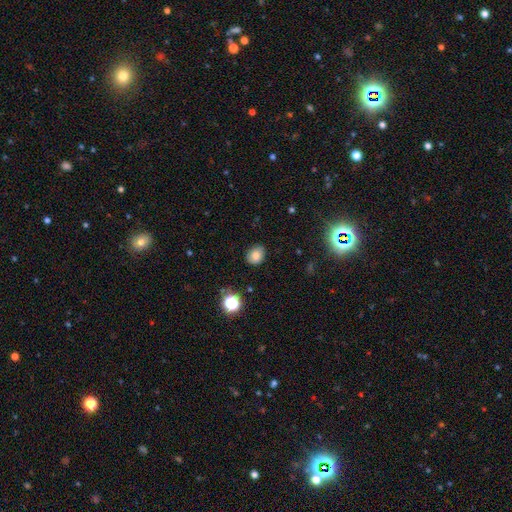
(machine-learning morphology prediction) Overall: smooth (81%). How rounded: round (54%; in between 45%). Merging: none (83%).